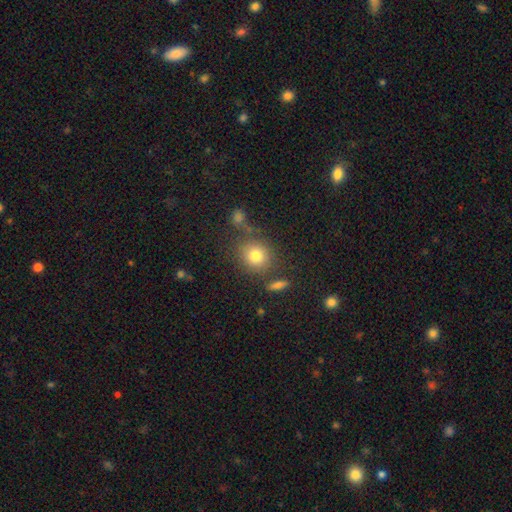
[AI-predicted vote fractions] Overall: smooth (79%). How rounded: round (82%). Merging: none (73%).